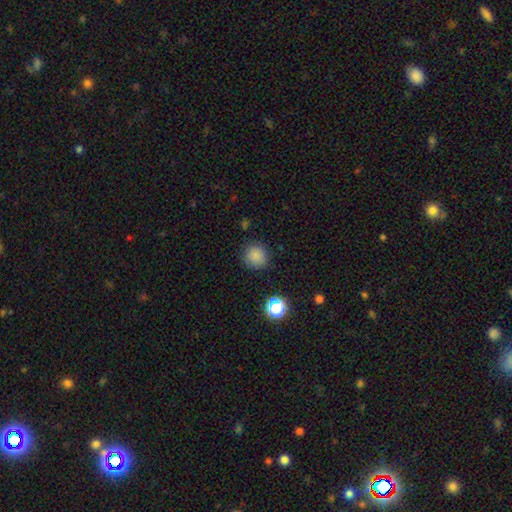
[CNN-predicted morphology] The model was most divided on "smooth or featured": smooth: 83%, star or artifact: 13%, featured or disk: 4%. More confident: how rounded — round (92%); merging — none (87%).